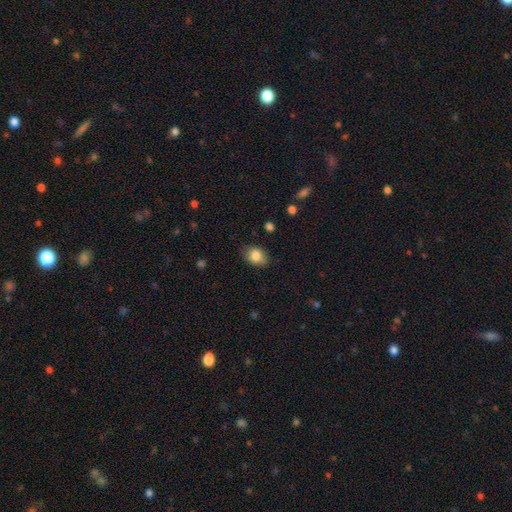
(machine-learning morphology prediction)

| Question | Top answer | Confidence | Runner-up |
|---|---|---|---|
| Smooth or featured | smooth | 84% | featured or disk (8%) |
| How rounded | in between | 73% | round (26%) |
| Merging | none | 81% | minor disturbance (14%) |